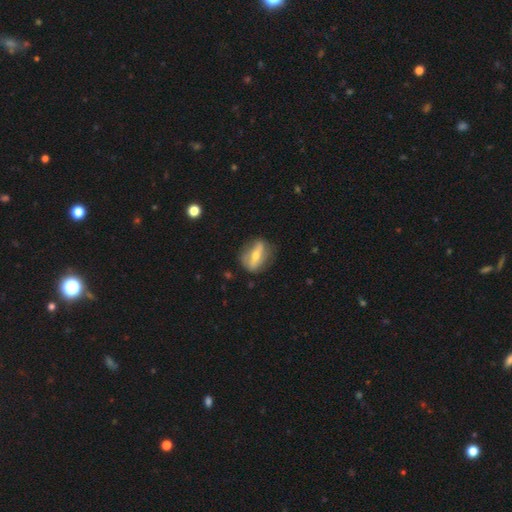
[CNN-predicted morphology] smooth-or-featured: featured or disk: 61% | smooth: 32% | star or artifact: 7%
  disk-edge-on: no: 64% | yes: 36%
  merging: none: 74% | minor disturbance: 18% | major disturbance: 7% | merger: 2%